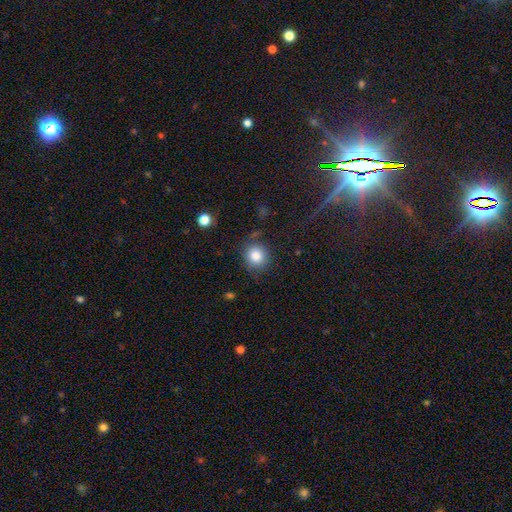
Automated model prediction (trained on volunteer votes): smooth-or-featured: smooth: 84% | star or artifact: 10% | featured or disk: 6%
  how-rounded: round: 85% | in between: 14% | cigar-shaped: 1%
  merging: none: 77% | minor disturbance: 14% | major disturbance: 5% | merger: 3%